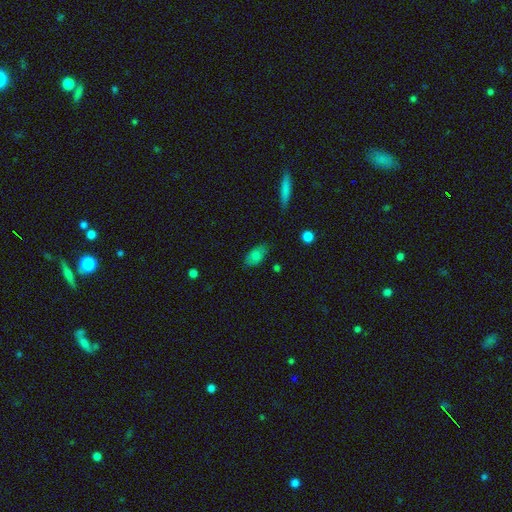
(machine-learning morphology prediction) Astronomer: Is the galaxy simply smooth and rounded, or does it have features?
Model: smooth — 79%.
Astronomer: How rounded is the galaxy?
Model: in between — 91%.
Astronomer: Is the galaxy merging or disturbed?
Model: none — 78%.